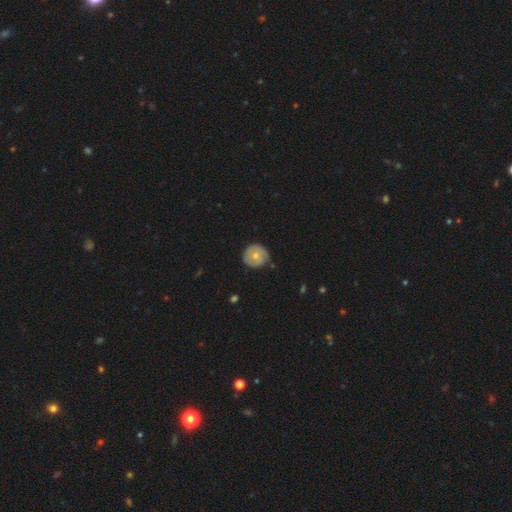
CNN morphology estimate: Overall: smooth (57%; featured or disk 36%). How rounded: round (92%). Merging: none (76%).